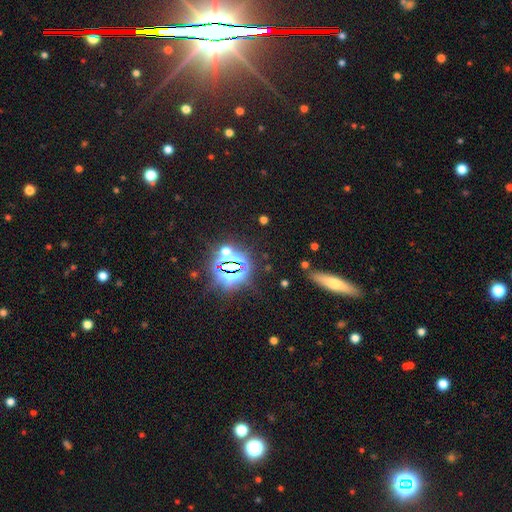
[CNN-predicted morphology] Smooth or featured: star or artifact — 65% (featured or disk — 20%)